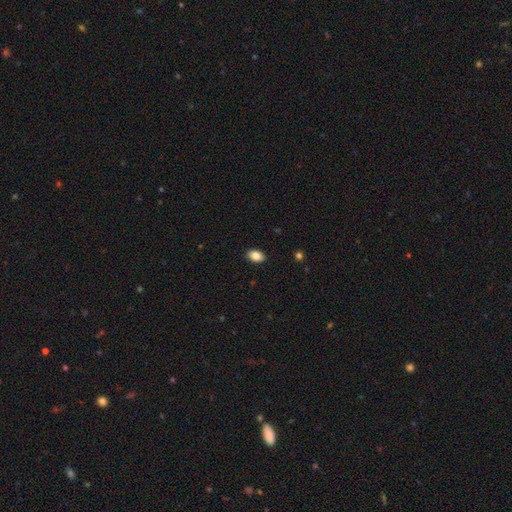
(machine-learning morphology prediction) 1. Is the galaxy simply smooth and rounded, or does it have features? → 86% smooth, 8% star or artifact, 6% featured or disk.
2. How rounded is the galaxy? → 89% in between, 10% round, 1% cigar-shaped.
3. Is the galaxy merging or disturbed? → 90% none, 8% minor disturbance, 2% major disturbance, 1% merger.